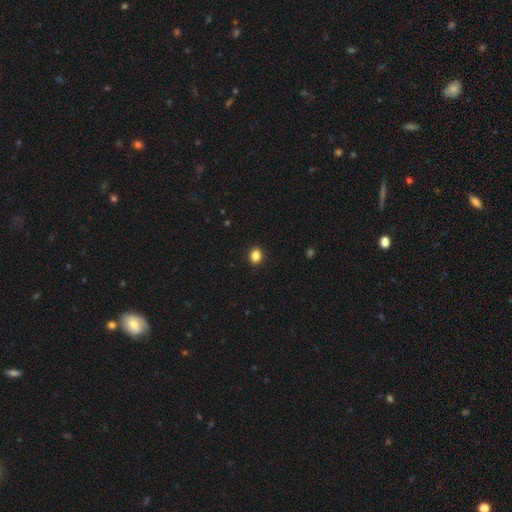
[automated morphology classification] A smooth galaxy with no disk features (87%) that is in between round and cigar-shaped (51%).

Vote fractions:
- Smooth or featured? smooth: 87% / star or artifact: 10% / featured or disk: 4%
- How rounded? in between: 51% / round: 48% / cigar-shaped: 1%
- Merging? none: 92% / minor disturbance: 6% / major disturbance: 2% / merger: 1%